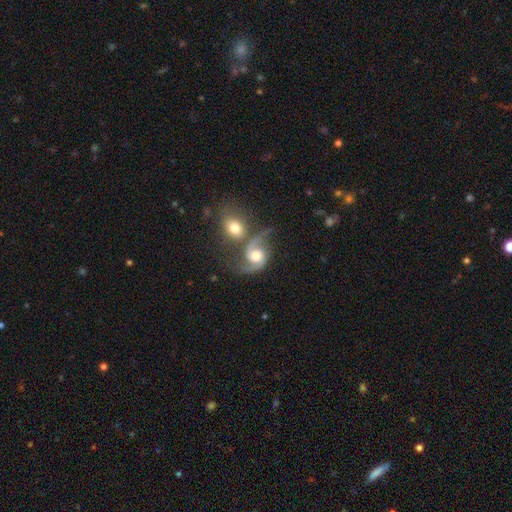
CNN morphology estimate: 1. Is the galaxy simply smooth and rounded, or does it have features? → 85% featured or disk, 9% smooth, 6% star or artifact.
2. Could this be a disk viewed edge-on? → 98% no, 2% yes.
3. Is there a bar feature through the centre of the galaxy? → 60% no, 32% weak, 8% strong.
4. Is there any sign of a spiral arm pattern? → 96% yes, 4% no.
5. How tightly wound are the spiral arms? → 47% loose, 44% medium, 9% tight.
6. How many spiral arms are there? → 92% 2, 3% 1, 2% can't tell, 1% 3, 1% 4, 1% more than 4.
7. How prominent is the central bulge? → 59% moderate, 26% large, 10% small, 3% dominant, 2% none.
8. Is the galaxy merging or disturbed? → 43% none, 32% merger, 14% minor disturbance, 11% major disturbance.